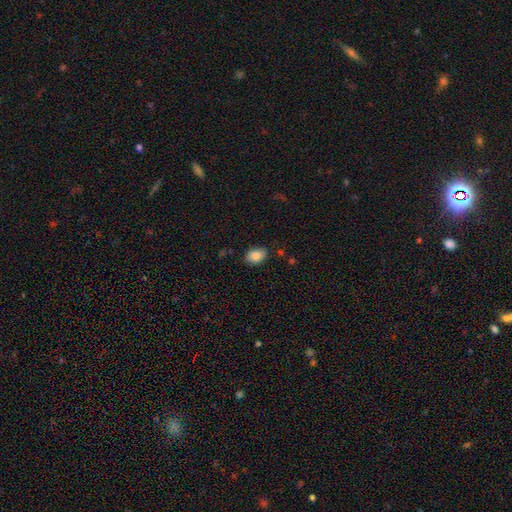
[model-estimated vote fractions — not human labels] This appears to be a smooth galaxy with no disk features (84%) that is in between round and cigar-shaped (82%). Merging: none (84%).